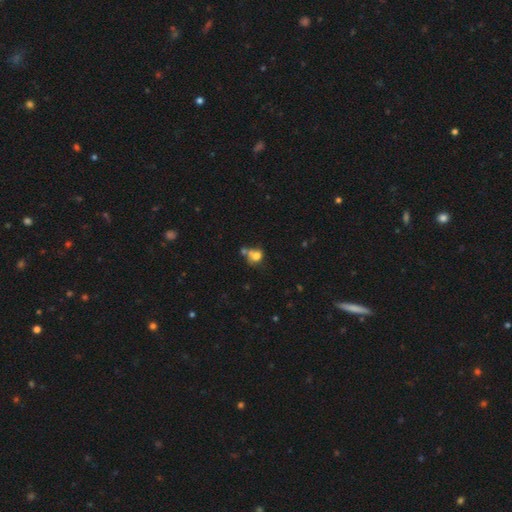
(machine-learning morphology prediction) A smooth galaxy with no disk features (72%) that is round (69%). Merging: merger (38%).